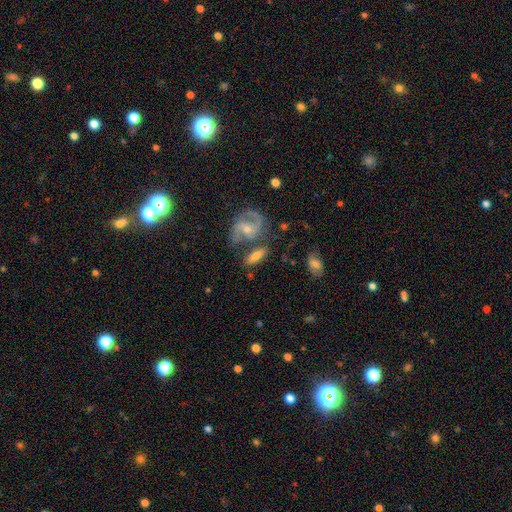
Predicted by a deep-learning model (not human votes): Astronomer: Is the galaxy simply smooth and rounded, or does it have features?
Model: featured or disk — 48% (runner-up: smooth, 44%).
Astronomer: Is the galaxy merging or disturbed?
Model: none — 55%.